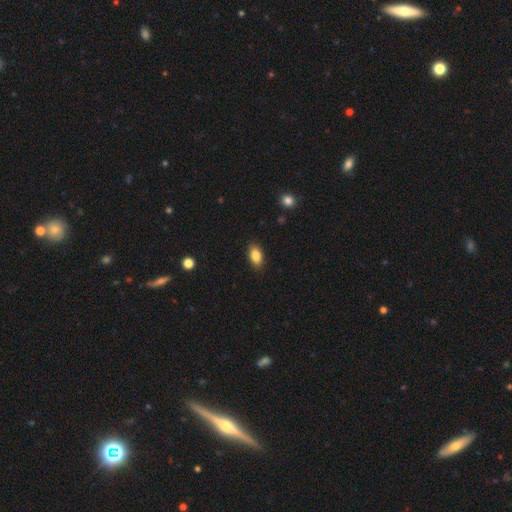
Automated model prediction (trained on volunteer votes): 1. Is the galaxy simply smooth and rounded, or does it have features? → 84% smooth, 8% featured or disk, 8% star or artifact.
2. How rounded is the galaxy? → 89% in between, 5% cigar-shaped, 5% round.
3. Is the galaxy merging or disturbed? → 88% none, 9% minor disturbance, 2% major disturbance, 1% merger.